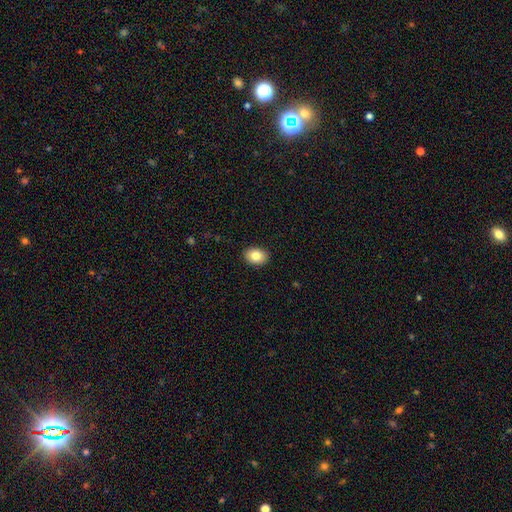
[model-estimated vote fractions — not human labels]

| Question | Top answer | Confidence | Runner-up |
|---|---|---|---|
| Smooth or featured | smooth | 83% | featured or disk (9%) |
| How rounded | in between | 74% | round (25%) |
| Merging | none | 91% | minor disturbance (7%) |